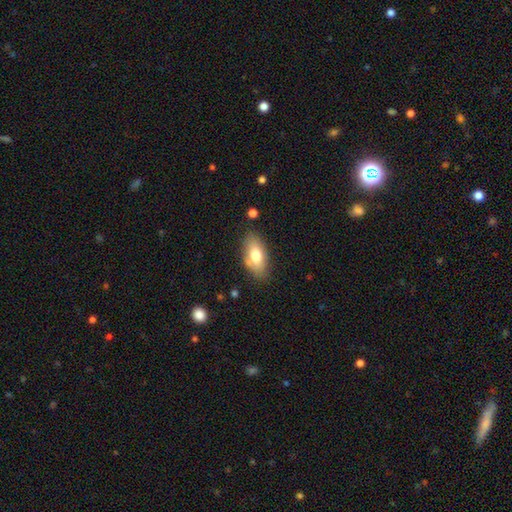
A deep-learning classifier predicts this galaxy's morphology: A smooth galaxy with no disk features (74%) that is in between round and cigar-shaped (90%).

Vote fractions:
- Smooth or featured? smooth: 74% / featured or disk: 19% / star or artifact: 7%
- How rounded? in between: 90% / cigar-shaped: 6% / round: 4%
- Merging? none: 77% / minor disturbance: 16% / major disturbance: 4% / merger: 3%